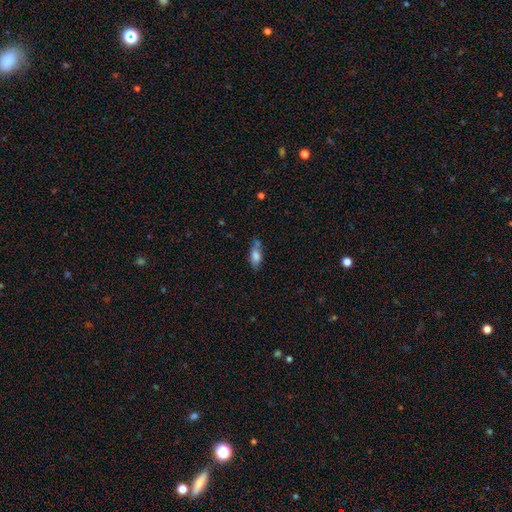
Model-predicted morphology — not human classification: A smooth galaxy with no disk features (72%) that is in between round and cigar-shaped (76%). Merging: none (53%).